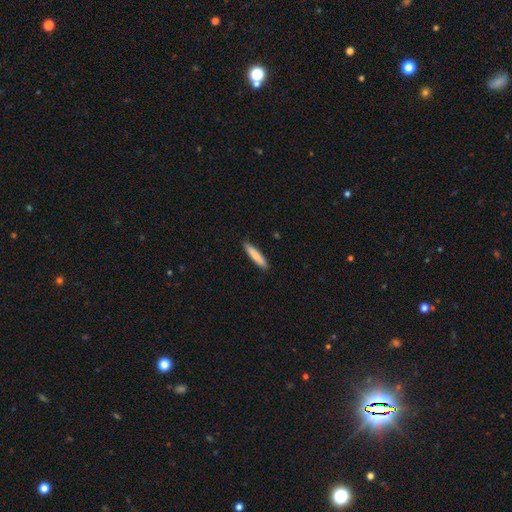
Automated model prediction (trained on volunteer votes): Q: Smooth or featured?
A: smooth (82%); runner-up: featured or disk (13%)
Q: How rounded?
A: cigar-shaped (87%); runner-up: in between (12%)
Q: Merging?
A: none (89%); runner-up: minor disturbance (8%)